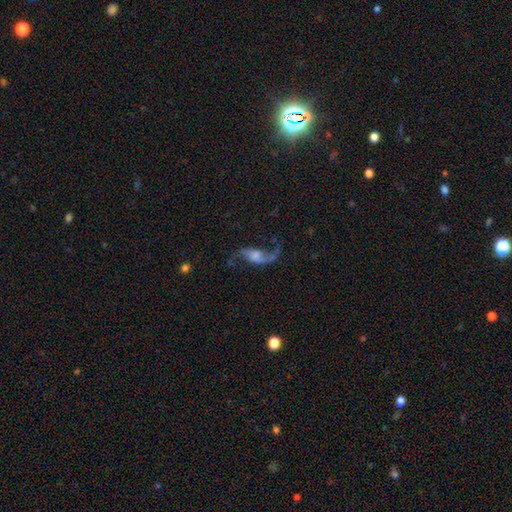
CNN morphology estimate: Q: Smooth or featured?
A: featured or disk (83%); runner-up: smooth (9%)
Q: Edge-on disk?
A: no (95%); runner-up: yes (5%)
Q: Bar?
A: no (50%); runner-up: weak (36%)
Q: Spiral arms?
A: yes (95%); runner-up: no (5%)
Q: Spiral winding?
A: loose (88%); runner-up: medium (10%)
Q: Spiral arm count?
A: 2 (91%); runner-up: 1 (5%)
Q: Bulge size?
A: small (30%); runner-up: moderate (29%)
Q: Merging?
A: none (66%); runner-up: major disturbance (16%)